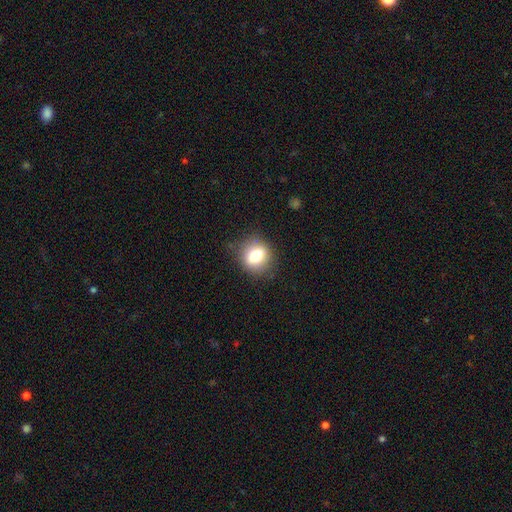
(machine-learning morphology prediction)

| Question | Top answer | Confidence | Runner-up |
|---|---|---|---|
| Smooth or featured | smooth | 72% | featured or disk (17%) |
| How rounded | round | 71% | in between (27%) |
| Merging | none | 85% | minor disturbance (11%) |